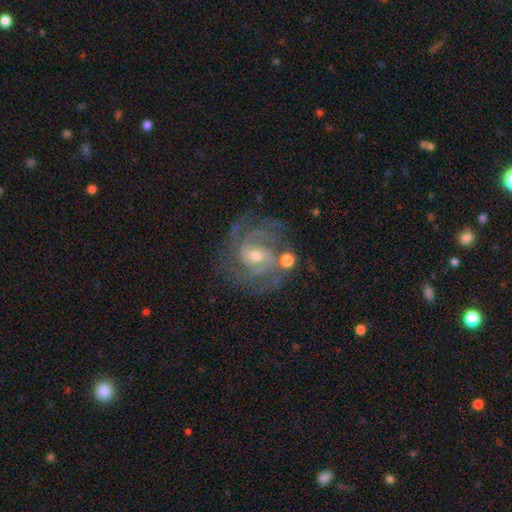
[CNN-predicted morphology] type=featured or disk (88%); edge-on=no (98%); bar=no (50%); spiral arms=yes (97%); winding=tight (58%); arm count=3 (31%); bulge=small (56%); merging=none (71%).